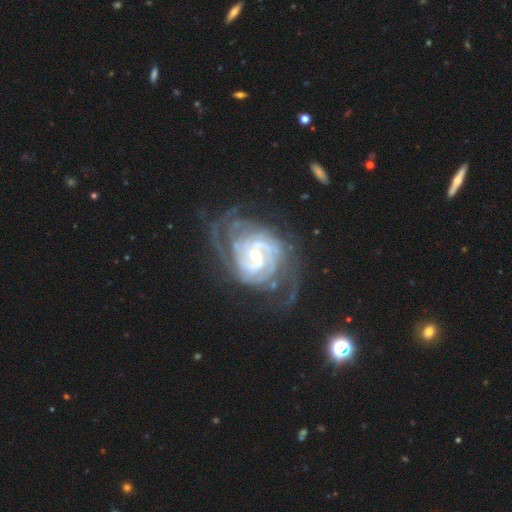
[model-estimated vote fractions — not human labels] Smooth or featured? Predicted: featured or disk (p=0.92). Edge-on disk? Predicted: no (p=0.98). Bar? Predicted: no (p=0.45). Spiral arms? Predicted: yes (p=0.98). Spiral winding? Predicted: tight (p=0.67). Spiral arm count? Predicted: 2 (p=0.27). Bulge size? Predicted: small (p=0.63). Merging? Predicted: none (p=0.62).